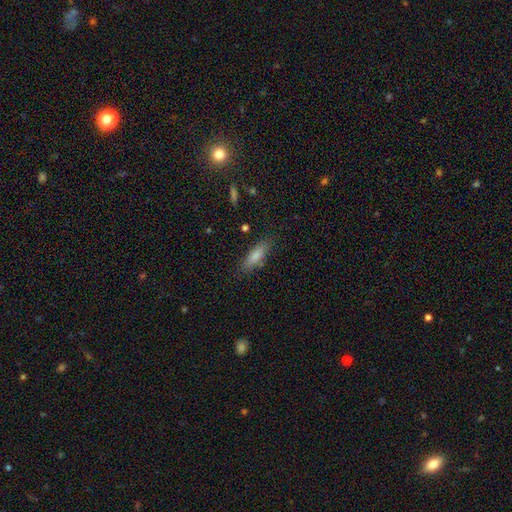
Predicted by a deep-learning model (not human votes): Smooth or featured?
  - smooth: 80% *
  - featured or disk: 13%
  - star or artifact: 7%
How rounded?
  - in between: 50% *
  - cigar-shaped: 48%
  - round: 2%
Merging?
  - none: 81% *
  - minor disturbance: 13%
  - major disturbance: 3%
  - merger: 2%